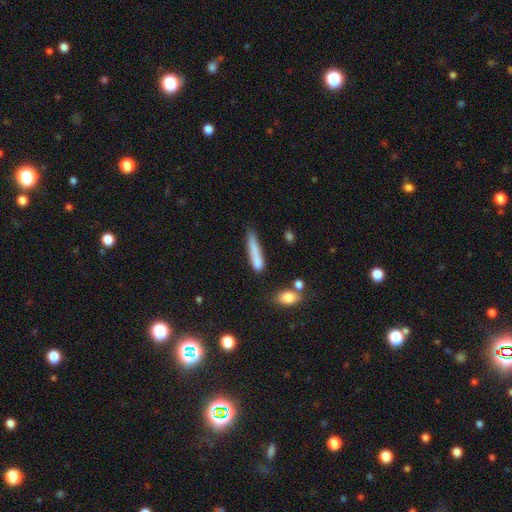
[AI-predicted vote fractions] Q: Smooth or featured?
A: smooth (76%); runner-up: featured or disk (16%)
Q: How rounded?
A: cigar-shaped (88%); runner-up: in between (10%)
Q: Merging?
A: none (57%); runner-up: minor disturbance (26%)